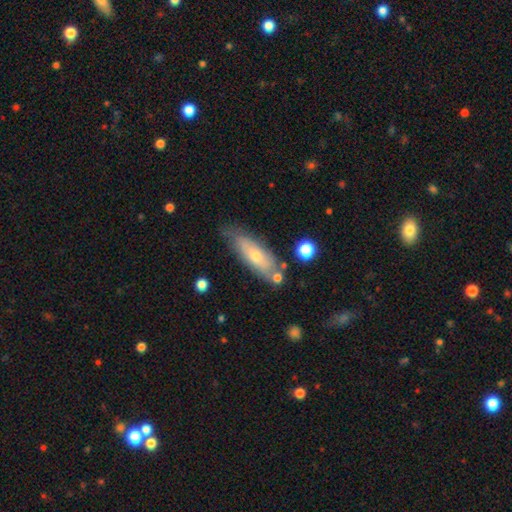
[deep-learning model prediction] Morphology: type=smooth (54%); roundness=in between (53%); merging=none (66%).